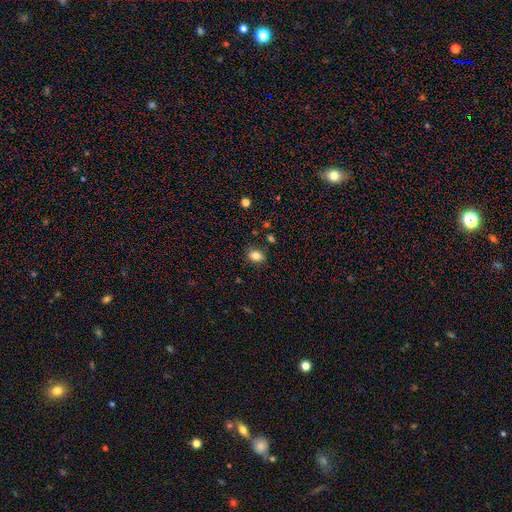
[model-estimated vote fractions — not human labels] Morphology: type=smooth (83%); roundness=in between (65%); merging=none (84%).